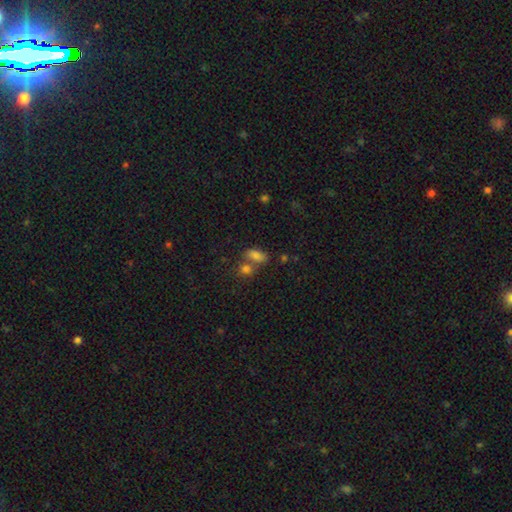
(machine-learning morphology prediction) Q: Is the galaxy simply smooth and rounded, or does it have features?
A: smooth — 76%.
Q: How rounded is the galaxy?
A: in between — 82%.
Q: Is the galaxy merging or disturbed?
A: none — 43%.